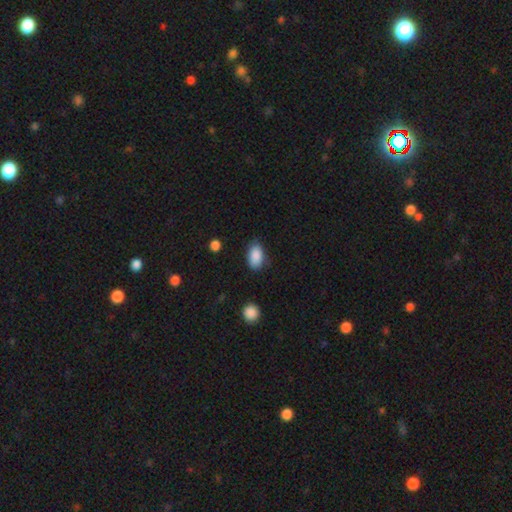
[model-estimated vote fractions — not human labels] A smooth galaxy with no disk features (89%) that is in between round and cigar-shaped (91%).

Vote fractions:
- Smooth or featured? smooth: 89% / star or artifact: 7% / featured or disk: 4%
- How rounded? in between: 91% / round: 7% / cigar-shaped: 2%
- Merging? none: 75% / minor disturbance: 19% / major disturbance: 4% / merger: 2%